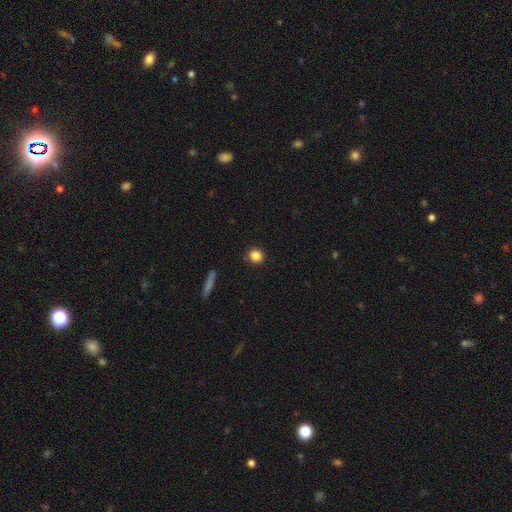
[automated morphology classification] A smooth galaxy with no disk features (85%) that is round (89%).

Vote fractions:
- Smooth or featured? smooth: 85% / star or artifact: 10% / featured or disk: 5%
- How rounded? round: 89% / in between: 10% / cigar-shaped: 2%
- Merging? none: 88% / minor disturbance: 8% / merger: 2% / major disturbance: 2%